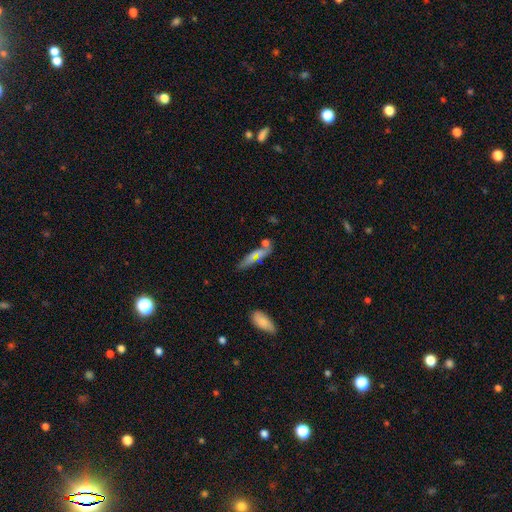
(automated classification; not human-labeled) smooth-or-featured: smooth: 58% | featured or disk: 32% | star or artifact: 10%
  how-rounded: cigar-shaped: 68% | in between: 29% | round: 3%
  merging: none: 54% | minor disturbance: 20% | merger: 17% | major disturbance: 9%